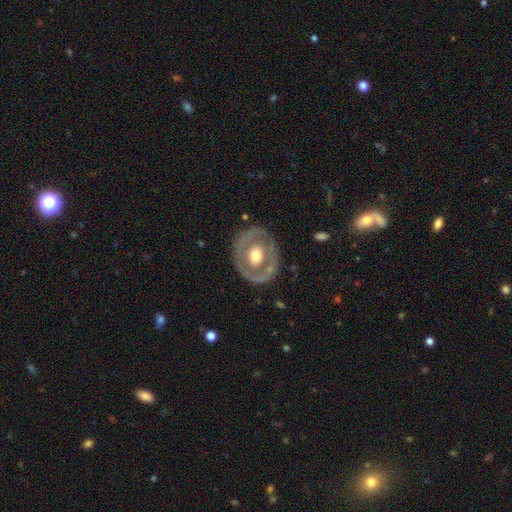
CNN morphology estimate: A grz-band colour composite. It shows a featured or disk galaxy (61%) with no bar (82%), no spiral arms (83%) and a moderate central bulge (67%). Merging: none (79%).